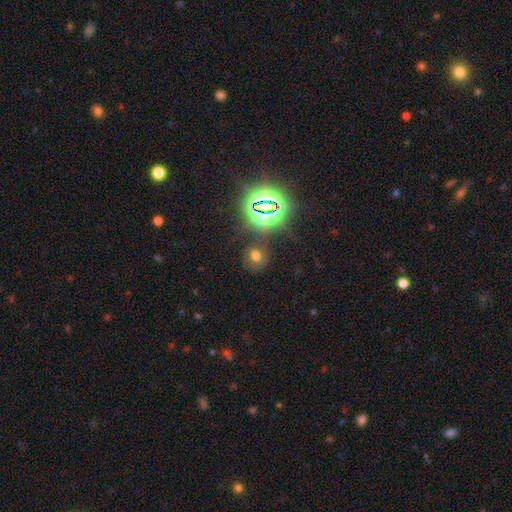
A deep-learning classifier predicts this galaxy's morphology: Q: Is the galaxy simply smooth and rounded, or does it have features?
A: smooth — 53%.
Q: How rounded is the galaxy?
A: round — 71%.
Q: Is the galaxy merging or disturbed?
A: none — 76%.